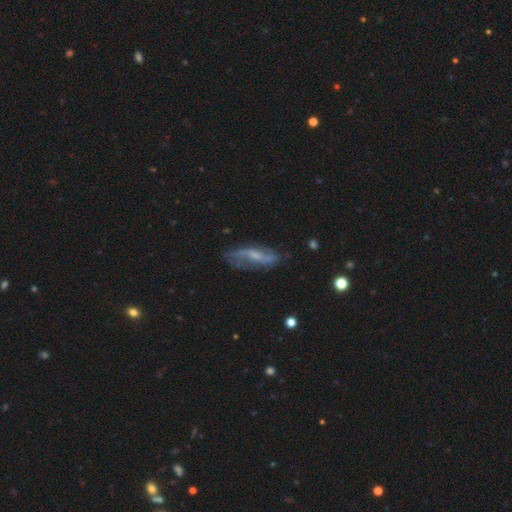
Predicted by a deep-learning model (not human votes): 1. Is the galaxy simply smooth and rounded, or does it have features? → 68% featured or disk, 23% smooth, 8% star or artifact.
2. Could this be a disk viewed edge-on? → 82% no, 18% yes.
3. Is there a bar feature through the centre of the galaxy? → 44% weak, 40% no, 16% strong.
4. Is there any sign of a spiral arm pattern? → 81% yes, 19% no.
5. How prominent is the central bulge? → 50% small, 30% moderate, 16% none, 3% large, 1% dominant.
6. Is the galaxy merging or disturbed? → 63% none, 22% minor disturbance, 11% major disturbance, 3% merger.